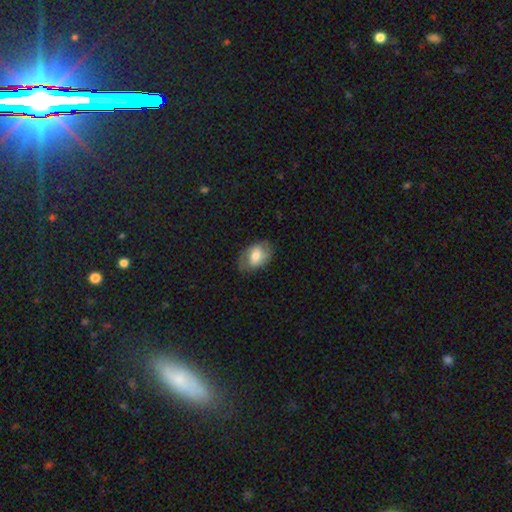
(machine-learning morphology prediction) This is possibly a smooth galaxy (55%). How rounded: clearly in between (82%). Merging: likely none (72%).